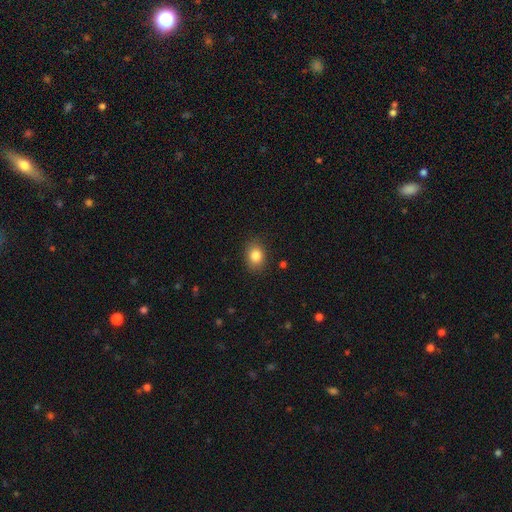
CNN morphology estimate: A smooth galaxy with no disk features (84%) that is in between round and cigar-shaped (57%).

Vote fractions:
- Smooth or featured? smooth: 84% / star or artifact: 10% / featured or disk: 7%
- How rounded? in between: 57% / round: 42% / cigar-shaped: 1%
- Merging? none: 86% / minor disturbance: 11% / major disturbance: 3% / merger: 1%